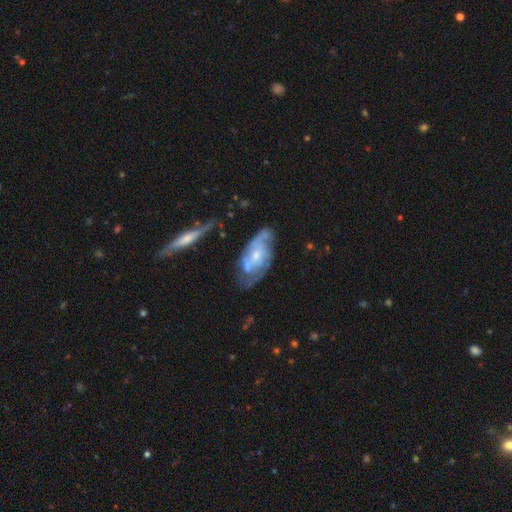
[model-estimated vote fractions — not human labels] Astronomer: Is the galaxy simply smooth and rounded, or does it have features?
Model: featured or disk — 74%.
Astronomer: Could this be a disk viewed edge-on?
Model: no — 91%.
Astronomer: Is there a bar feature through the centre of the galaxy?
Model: no — 65%.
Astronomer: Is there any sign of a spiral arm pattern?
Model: yes — 83%.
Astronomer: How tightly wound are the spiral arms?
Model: tight — 42% (runner-up: medium, 41%).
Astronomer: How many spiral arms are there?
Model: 2 — 43% (runner-up: can't tell, 34%).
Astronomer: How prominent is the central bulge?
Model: small — 55% (runner-up: moderate, 37%).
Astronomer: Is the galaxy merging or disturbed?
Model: none — 54%.